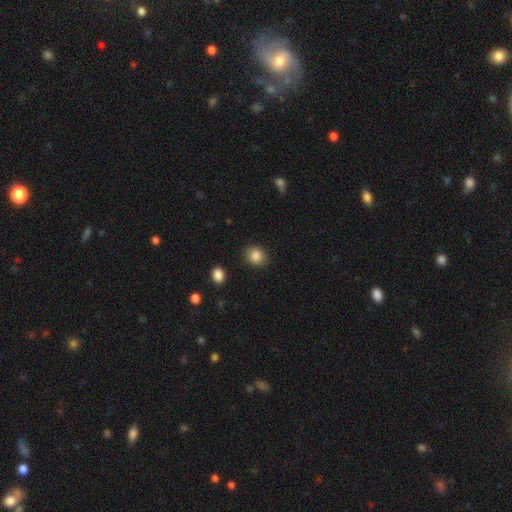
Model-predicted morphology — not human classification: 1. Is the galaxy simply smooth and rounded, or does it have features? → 87% smooth, 9% star or artifact, 4% featured or disk.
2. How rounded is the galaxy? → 67% round, 33% in between, 1% cigar-shaped.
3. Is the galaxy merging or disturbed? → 88% none, 8% minor disturbance, 2% major disturbance, 2% merger.